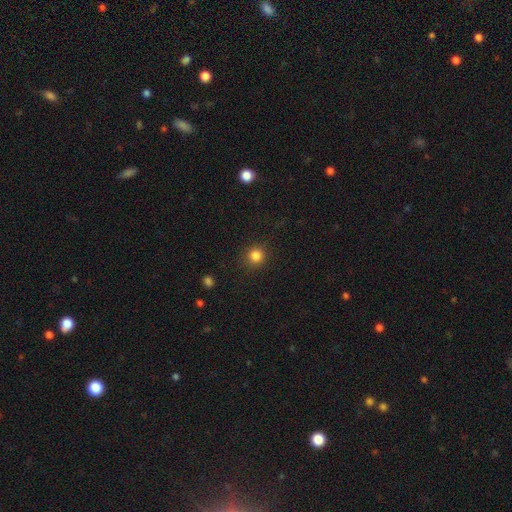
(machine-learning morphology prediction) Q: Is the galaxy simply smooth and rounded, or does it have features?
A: smooth — 84%.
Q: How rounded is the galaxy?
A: round — 94%.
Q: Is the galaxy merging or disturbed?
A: none — 89%.